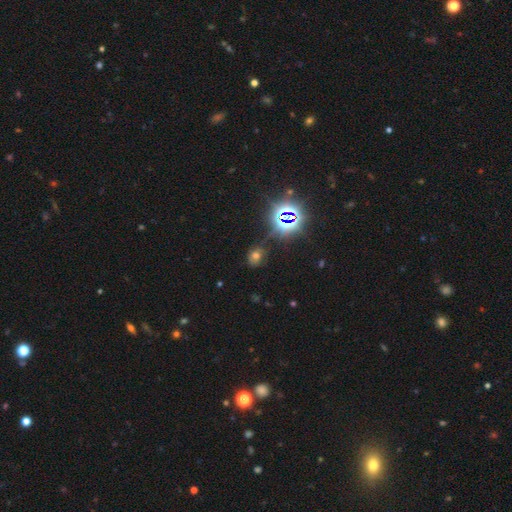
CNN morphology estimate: smooth 44%, star or artifact 42%, featured or disk 14%. Down the decision tree: merging — none (65%).